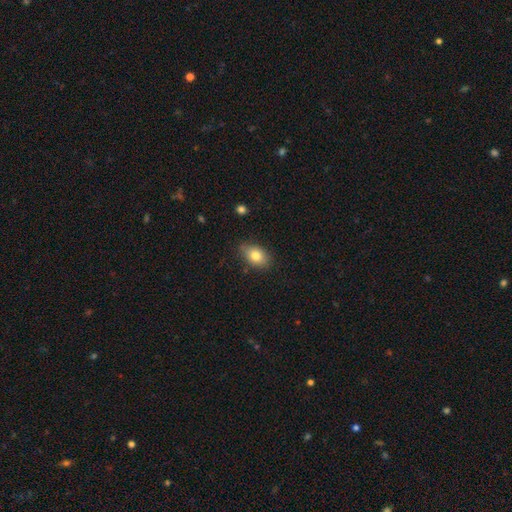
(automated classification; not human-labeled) Smooth or featured? Predicted: smooth (p=0.80). How rounded? Predicted: in between (p=0.84). Merging? Predicted: none (p=0.77).